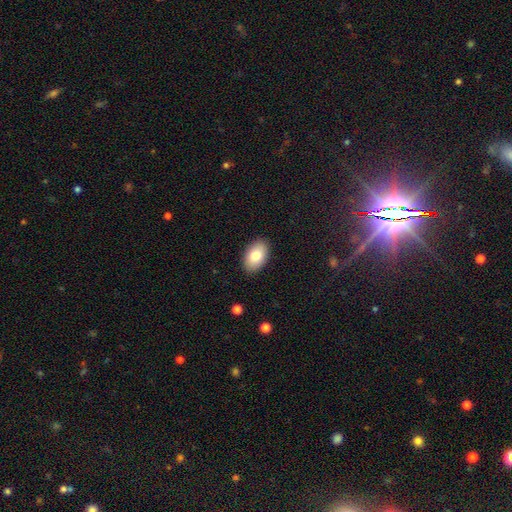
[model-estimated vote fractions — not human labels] A smooth galaxy with no disk features (81%) that is in between round and cigar-shaped (93%). Merging: none (89%).